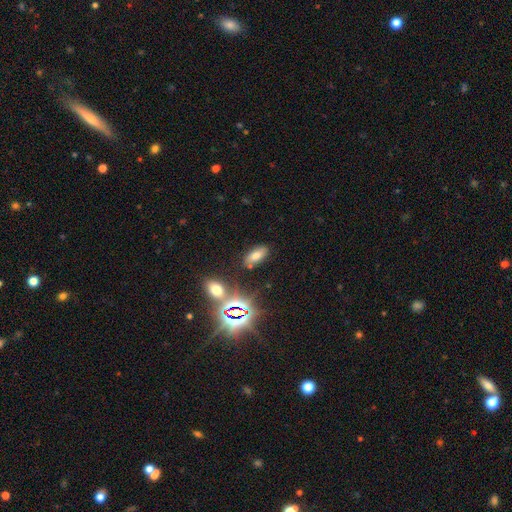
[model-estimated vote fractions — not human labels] The model was most divided on "smooth or featured": smooth: 54%, star or artifact: 32%, featured or disk: 14%. More confident: how rounded — in between (86%); merging — none (80%).